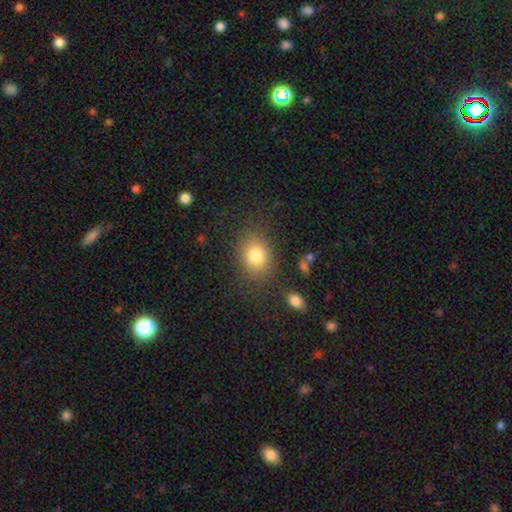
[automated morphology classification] Smooth or featured: smooth — 81% (star or artifact — 10%)
How rounded: in between — 57% (round — 42%)
Merging: none — 80% (minor disturbance — 12%)